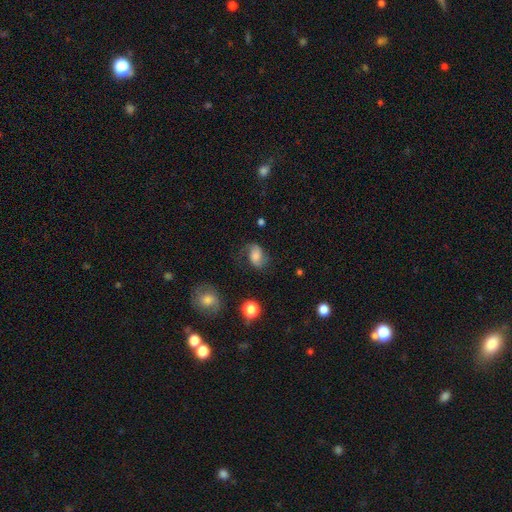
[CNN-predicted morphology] Smooth or featured? Predicted: smooth (p=0.45). Merging? Predicted: none (p=0.59).